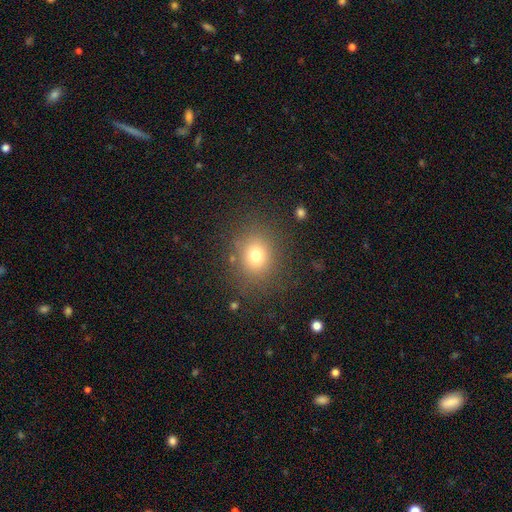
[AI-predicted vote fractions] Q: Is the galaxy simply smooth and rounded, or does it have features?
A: smooth — 73%.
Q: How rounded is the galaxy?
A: round — 74%.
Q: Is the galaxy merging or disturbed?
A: none — 83%.